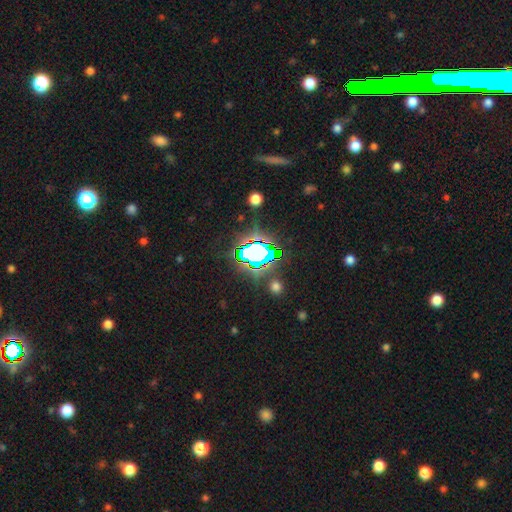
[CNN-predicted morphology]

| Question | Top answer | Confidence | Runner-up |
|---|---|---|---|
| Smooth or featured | star or artifact | 67% | smooth (21%) |